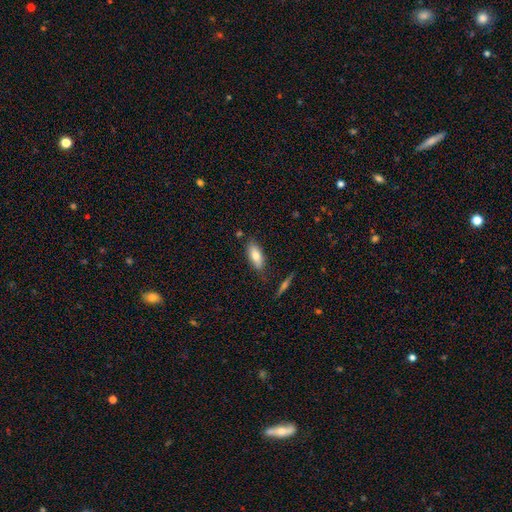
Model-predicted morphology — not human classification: Smooth or featured: smooth — 77% (featured or disk — 16%)
How rounded: in between — 80% (cigar-shaped — 18%)
Merging: none — 79% (minor disturbance — 14%)